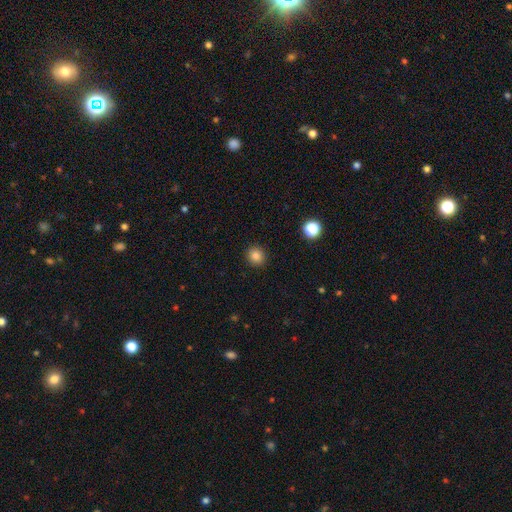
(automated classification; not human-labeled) A smooth galaxy with no disk features (84%) that is round (88%).

Vote fractions:
- Smooth or featured? smooth: 84% / star or artifact: 11% / featured or disk: 4%
- How rounded? round: 88% / in between: 11% / cigar-shaped: 1%
- Merging? none: 92% / minor disturbance: 5% / major disturbance: 2% / merger: 1%